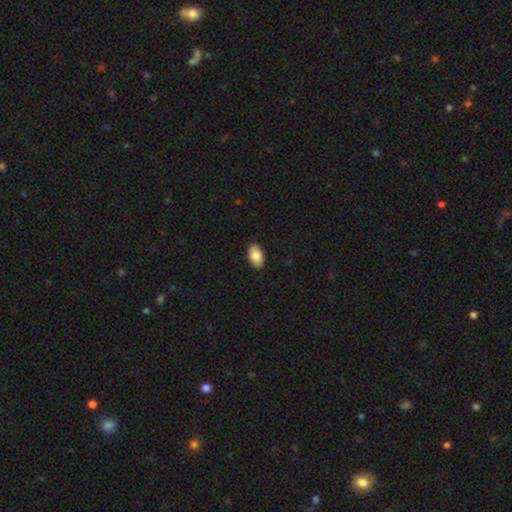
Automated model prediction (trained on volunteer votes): A smooth galaxy with no disk features (85%) that is in between round and cigar-shaped (94%). Merging: none (89%).